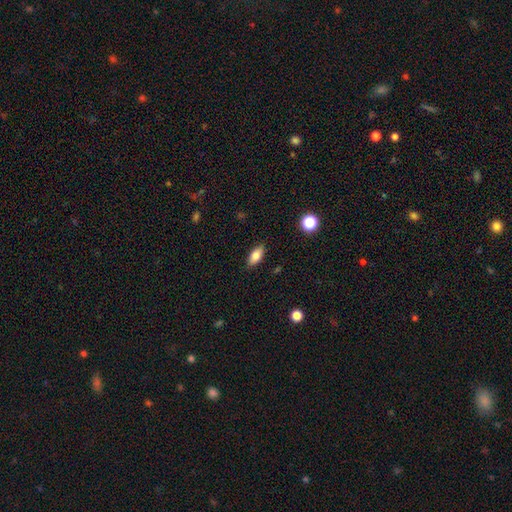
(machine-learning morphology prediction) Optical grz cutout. It shows a smooth galaxy with no disk features (78%) that is in between round and cigar-shaped (85%). Merging: none (87%).